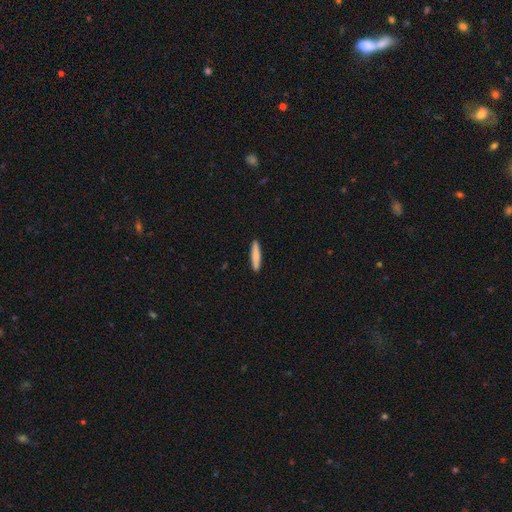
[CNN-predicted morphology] smooth 81%, featured or disk 13%, star or artifact 5%. Down the decision tree: how rounded — cigar-shaped (92%); merging — none (92%).